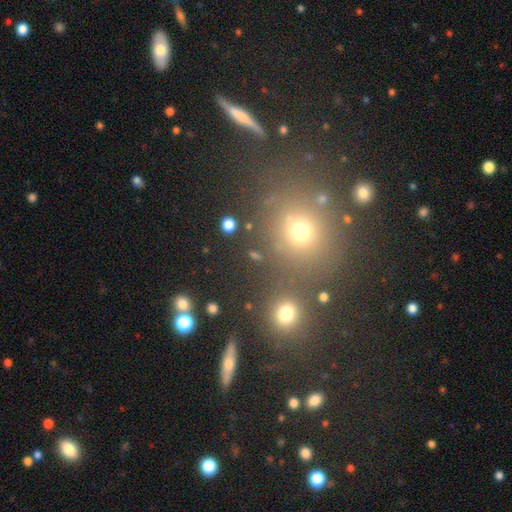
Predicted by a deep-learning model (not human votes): This appears to be a smooth galaxy with no disk features (53%) that is round (80%). Merging: none (76%).